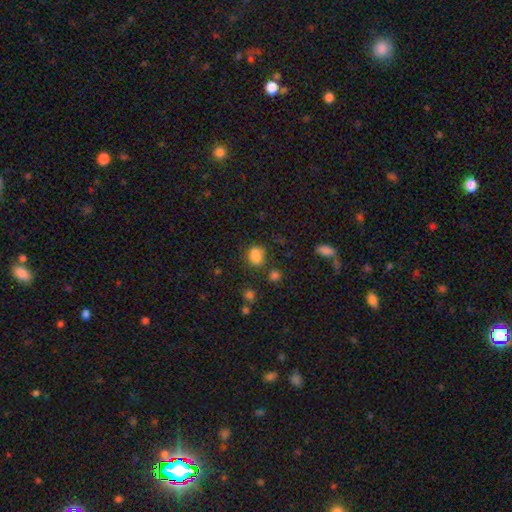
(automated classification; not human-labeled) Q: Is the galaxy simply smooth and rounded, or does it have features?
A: smooth — 79%.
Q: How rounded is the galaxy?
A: in between — 61%.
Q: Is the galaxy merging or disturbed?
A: none — 61%.